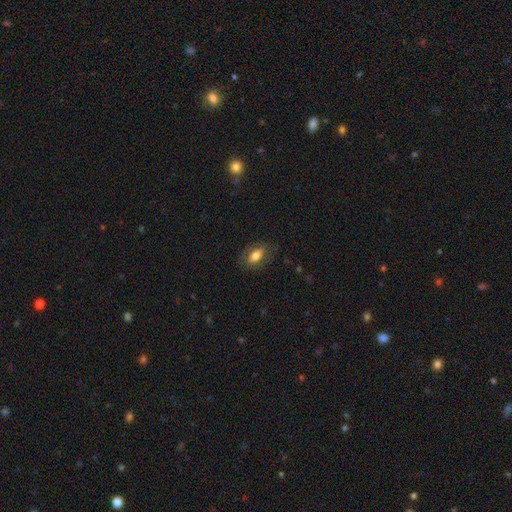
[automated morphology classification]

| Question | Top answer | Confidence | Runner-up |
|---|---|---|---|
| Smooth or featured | smooth | 71% | featured or disk (22%) |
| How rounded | in between | 86% | cigar-shaped (7%) |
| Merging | none | 79% | minor disturbance (14%) |